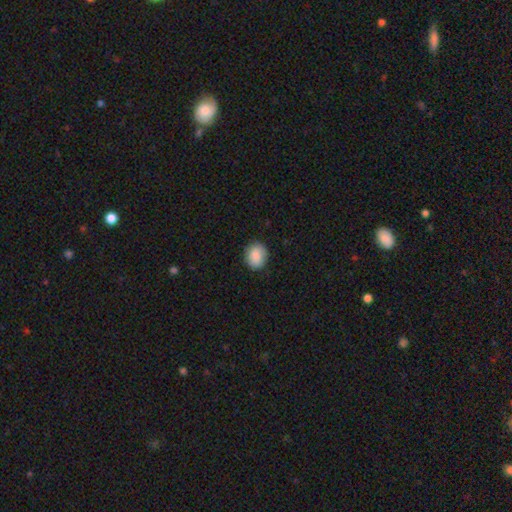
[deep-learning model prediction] The model was most divided on "how rounded": round: 64%, in between: 35%, cigar-shaped: 1%. More confident: smooth or featured — smooth (87%); merging — none (86%).